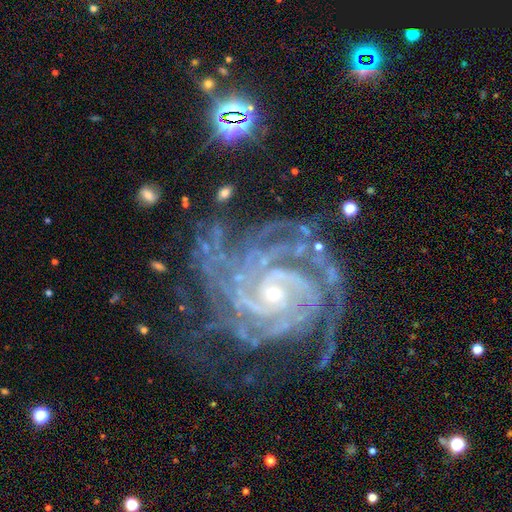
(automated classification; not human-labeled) A featured or disk galaxy (92%) with no bar (61%), 4 (24%) tight (77%) spiral arms (99%) and a small central bulge (70%).

Vote fractions:
- Smooth or featured? featured or disk: 92% / star or artifact: 6% / smooth: 3%
- Edge-on disk? no: 98% / yes: 2%
- Bar? no: 61% / weak: 27% / strong: 12%
- Spiral arms? yes: 99% / no: 1%
- Spiral winding? tight: 77% / medium: 20% / loose: 3%
- Spiral arm count? 4: 24% / 3: 19% / can't tell: 17% / more than 4: 17% / 2: 14% / 1: 8%
- Bulge size? small: 70% / moderate: 26% / none: 2% / large: 2% / dominant: 1%
- Merging? none: 62% / minor disturbance: 22% / major disturbance: 14% / merger: 2%